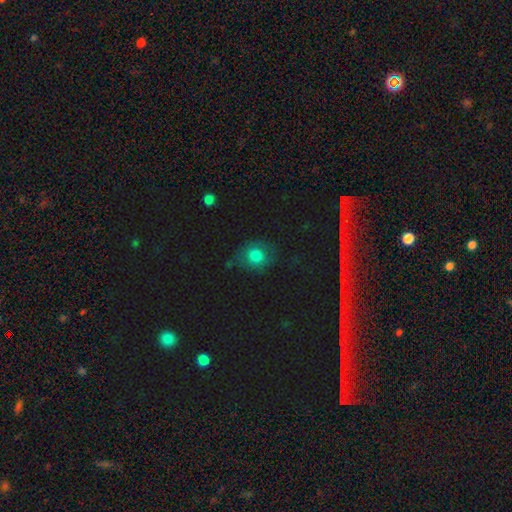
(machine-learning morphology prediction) This is likely a smooth galaxy (66%). How rounded: likely round (71%). Merging: likely none (65%).